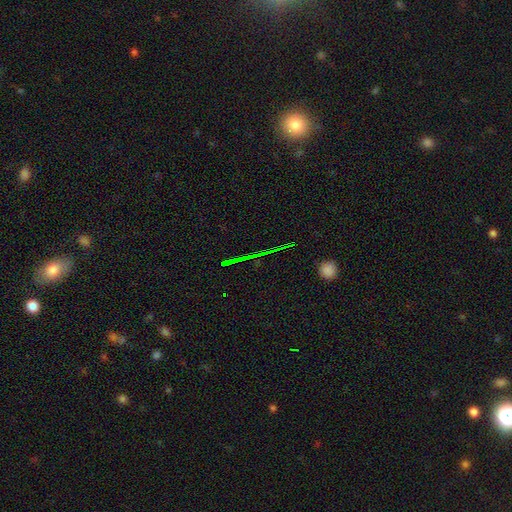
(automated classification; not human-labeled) smooth_or_featured: star or artifact (p=0.76) [alt: featured or disk p=0.13]